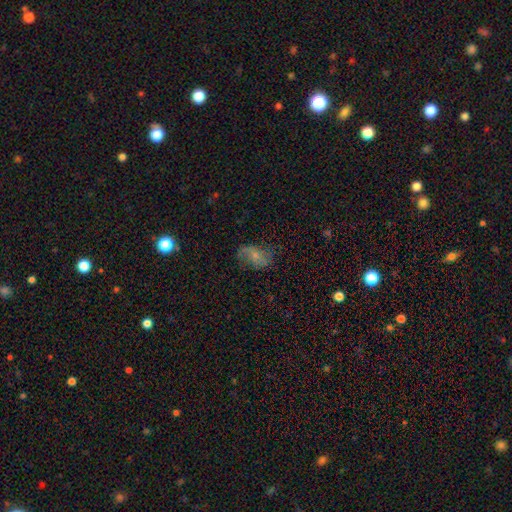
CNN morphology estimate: Overall: featured or disk (48%; smooth 42%). Merging: none (60%; minor disturbance 26%).